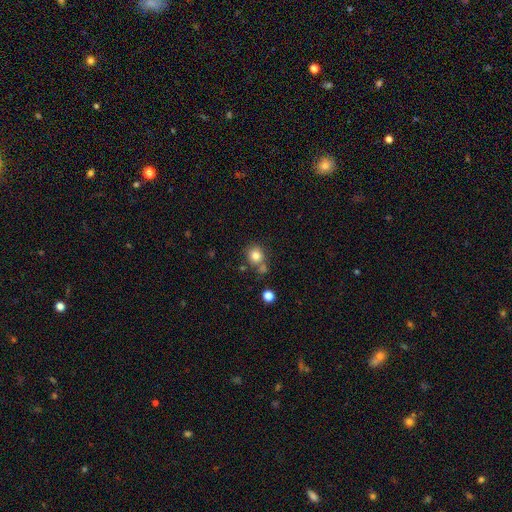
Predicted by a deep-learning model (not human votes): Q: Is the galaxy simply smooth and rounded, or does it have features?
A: smooth — 81%.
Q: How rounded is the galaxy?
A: round — 84%.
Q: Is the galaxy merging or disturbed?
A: none — 65%.